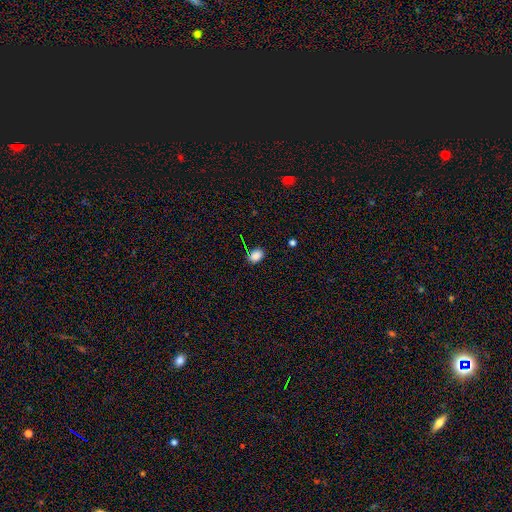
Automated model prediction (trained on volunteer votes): smooth-or-featured: smooth: 85% | star or artifact: 11% | featured or disk: 4%
  how-rounded: in between: 76% | round: 23% | cigar-shaped: 1%
  merging: none: 78% | minor disturbance: 16% | major disturbance: 3% | merger: 3%